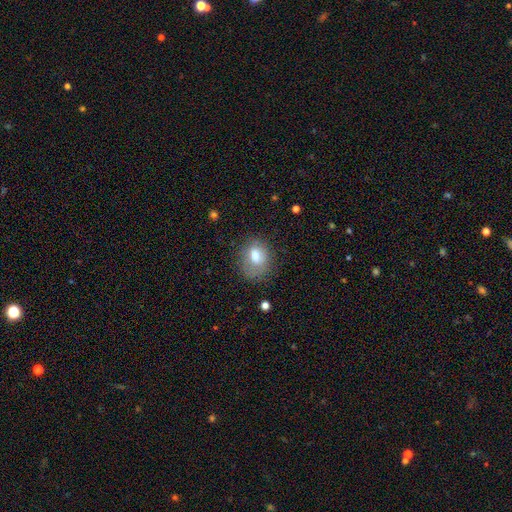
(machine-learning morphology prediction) This appears to be a smooth galaxy with no disk features (73%) that is in between round and cigar-shaped (55%). Merging: none (58%).